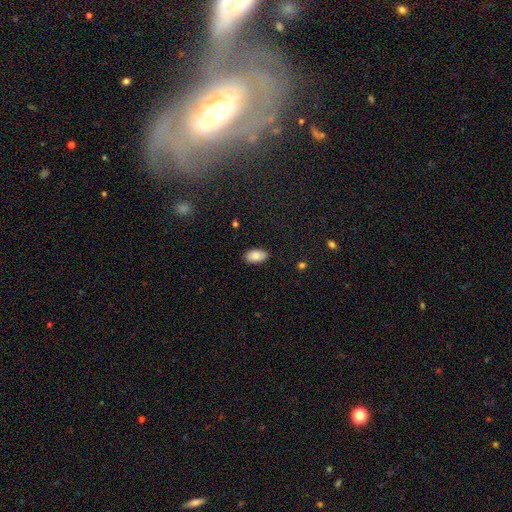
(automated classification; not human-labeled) A smooth galaxy with no disk features (85%) that is in between round and cigar-shaped (94%). Merging: none (84%).